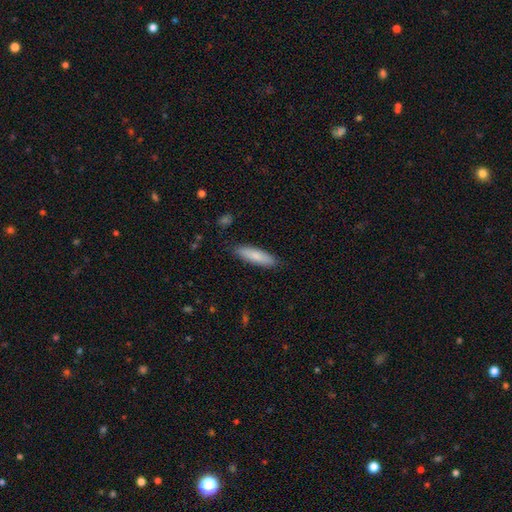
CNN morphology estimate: Overall: smooth (82%). How rounded: cigar-shaped (66%; in between 32%). Merging: none (87%).